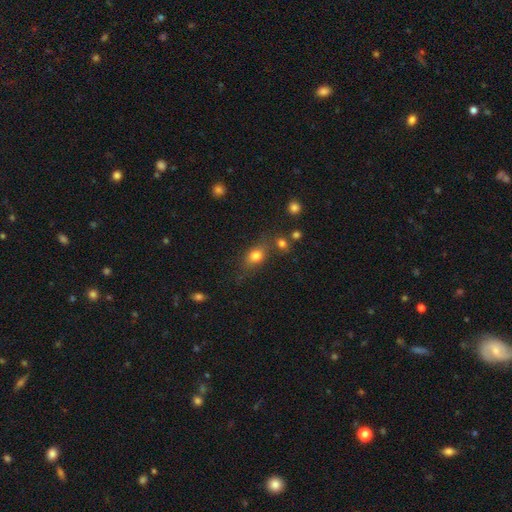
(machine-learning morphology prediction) The model was most divided on "how rounded": in between: 58%, round: 38%, cigar-shaped: 4%. More confident: smooth or featured — smooth (77%); merging — none (64%).